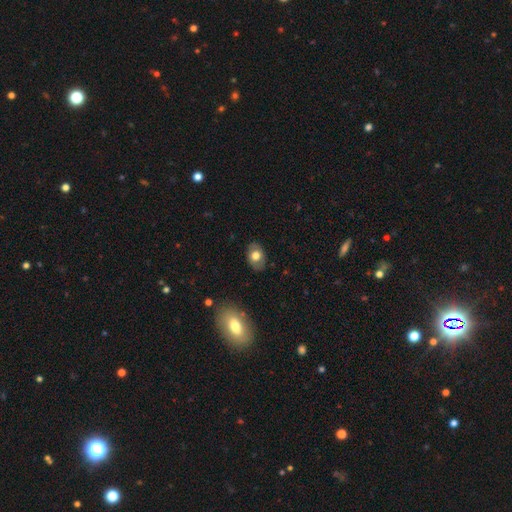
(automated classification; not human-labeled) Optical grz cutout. It shows a smooth galaxy with no disk features (68%) that is in between round and cigar-shaped (80%). Merging: none (84%).